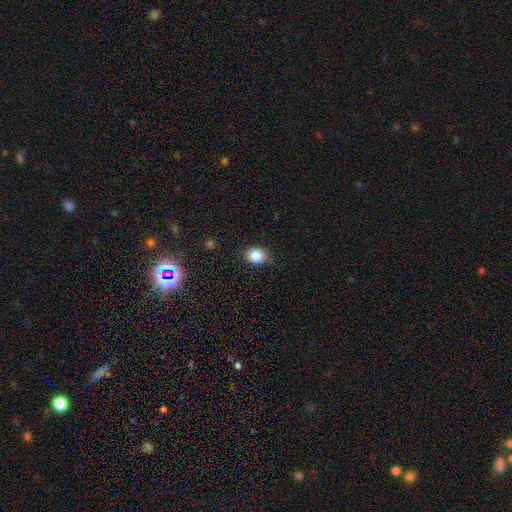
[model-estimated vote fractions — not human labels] Morphology: type=smooth (84%); roundness=in between (52%); merging=none (83%).